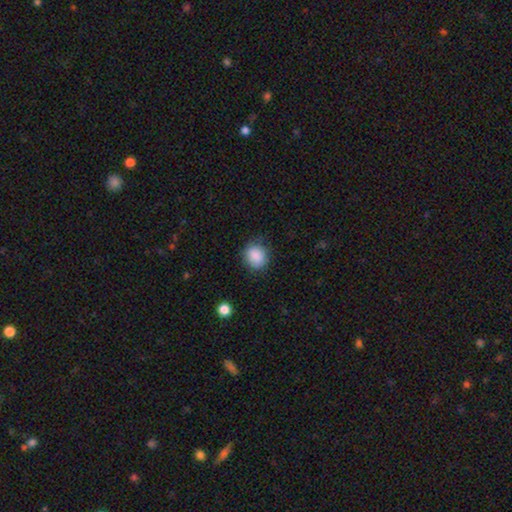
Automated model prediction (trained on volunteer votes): smooth 88%, star or artifact 8%, featured or disk 4%. Down the decision tree: how rounded — round (69%); merging — none (79%).